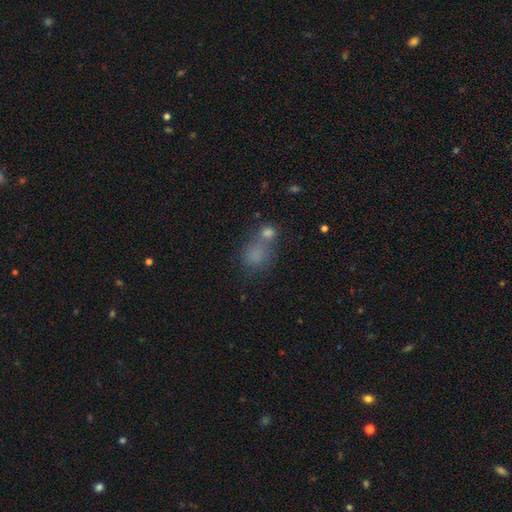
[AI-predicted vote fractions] Smooth or featured? Predicted: smooth (p=0.72). How rounded? Predicted: round (p=0.58). Merging? Predicted: merger (p=0.42).